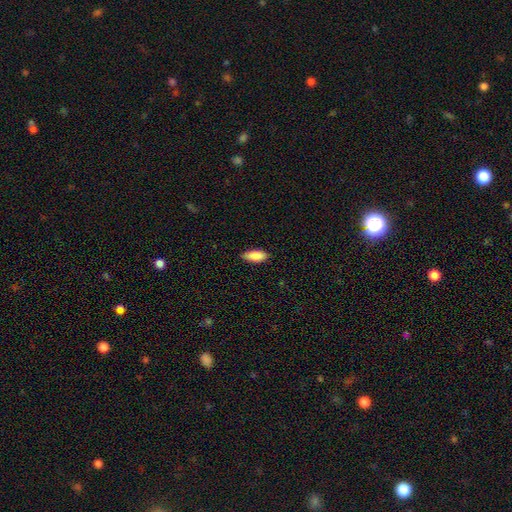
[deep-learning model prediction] Overall: smooth (88%). How rounded: in between (84%). Merging: none (81%).